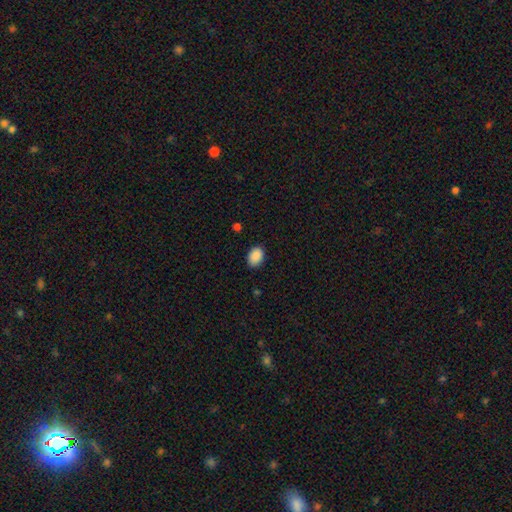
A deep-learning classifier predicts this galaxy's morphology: The model was most divided on "how rounded": in between: 79%, round: 20%, cigar-shaped: 1%. More confident: smooth or featured — smooth (90%); merging — none (86%).